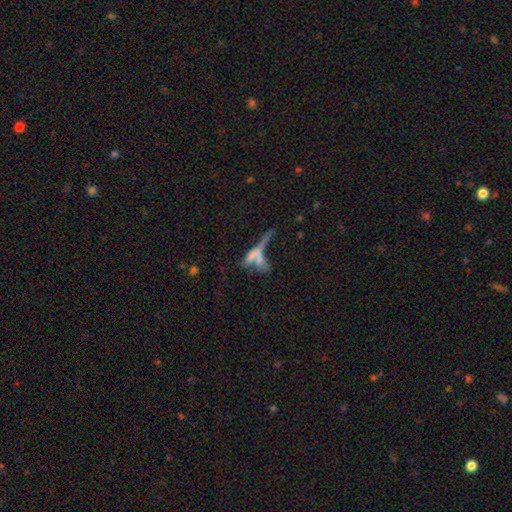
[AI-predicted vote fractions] smooth 48%, featured or disk 38%, star or artifact 14%. Down the decision tree: merging — merger (58%).